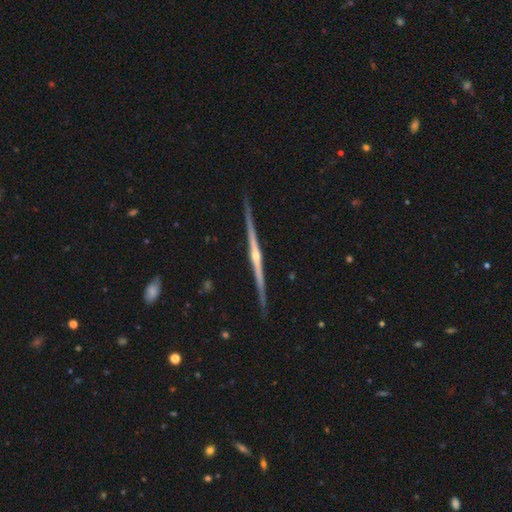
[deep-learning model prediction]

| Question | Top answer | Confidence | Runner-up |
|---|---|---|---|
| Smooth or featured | featured or disk | 88% | smooth (7%) |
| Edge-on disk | yes | 99% | no (1%) |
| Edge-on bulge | rounded | 81% | none (14%) |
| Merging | none | 90% | minor disturbance (8%) |